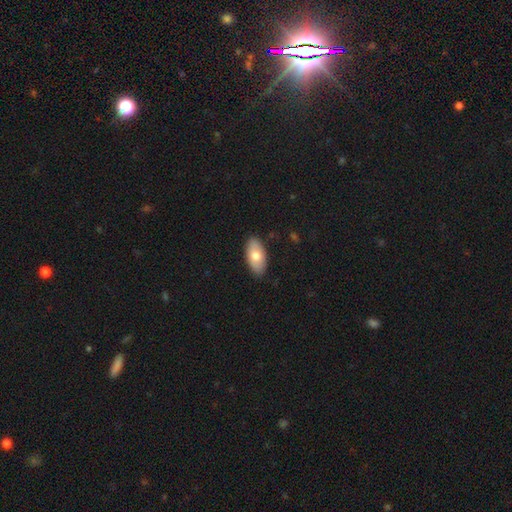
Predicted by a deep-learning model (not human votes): This appears to be a smooth galaxy with no disk features (72%) that is in between round and cigar-shaped (94%). Merging: none (87%).